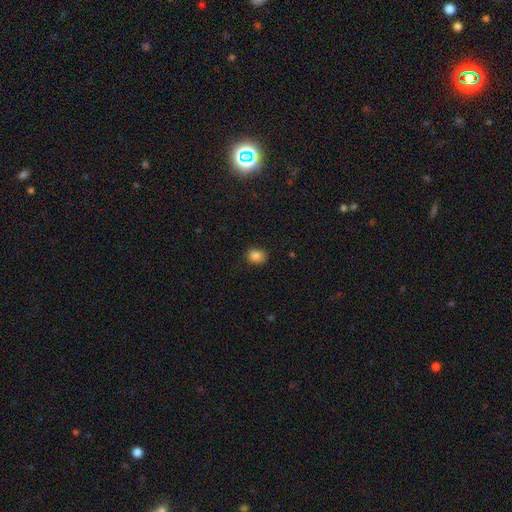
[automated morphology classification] This appears to be a smooth galaxy with no disk features (84%) that is in between round and cigar-shaped (51%). Merging: none (79%).